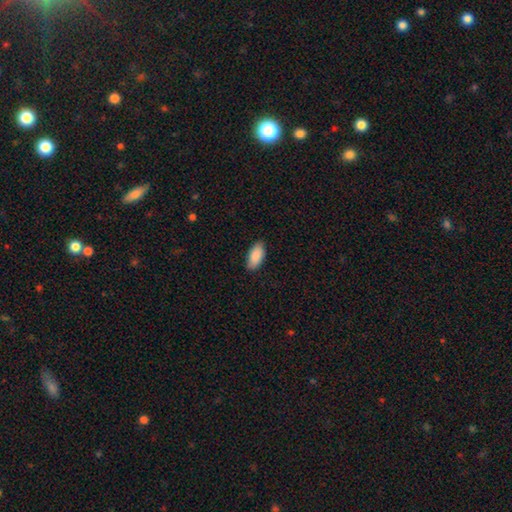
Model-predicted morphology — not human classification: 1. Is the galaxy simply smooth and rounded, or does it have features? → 89% smooth, 6% star or artifact, 5% featured or disk.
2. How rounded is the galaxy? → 93% in between, 5% cigar-shaped, 2% round.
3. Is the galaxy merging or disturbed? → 85% none, 12% minor disturbance, 2% major disturbance, 1% merger.